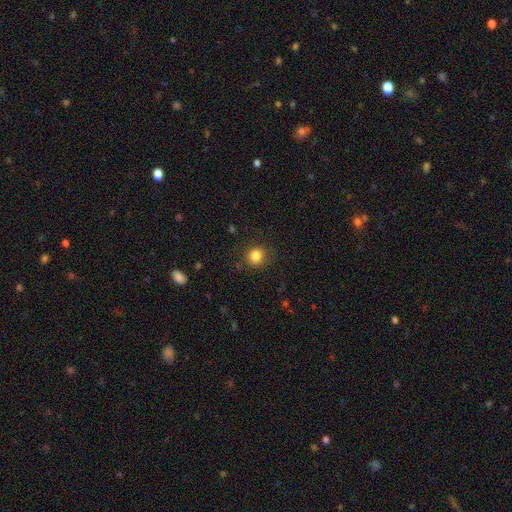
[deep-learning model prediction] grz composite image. It shows a smooth galaxy with no disk features (84%) that is round (83%). Merging: none (86%).